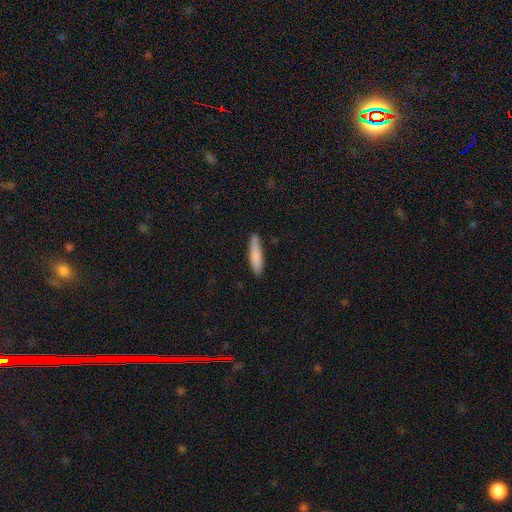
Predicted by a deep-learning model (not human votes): Overall: smooth (84%). How rounded: cigar-shaped (84%). Merging: none (83%).